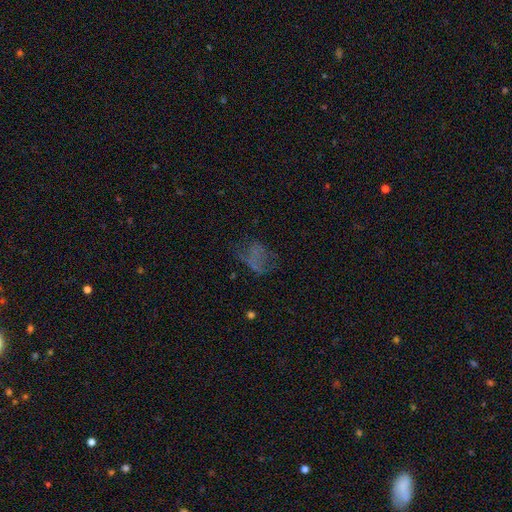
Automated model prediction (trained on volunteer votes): smooth-or-featured: smooth: 38% | featured or disk: 36% | star or artifact: 27%
  merging: none: 45% | major disturbance: 31% | minor disturbance: 20% | merger: 4%